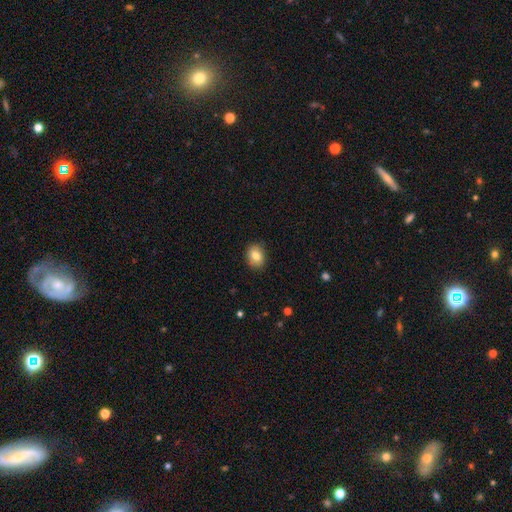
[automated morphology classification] smooth_or_featured: smooth (p=0.81) [alt: featured or disk p=0.10]
how_rounded: in between (p=0.57) [alt: round p=0.42]
merging: none (p=0.86) [alt: minor disturbance p=0.11]